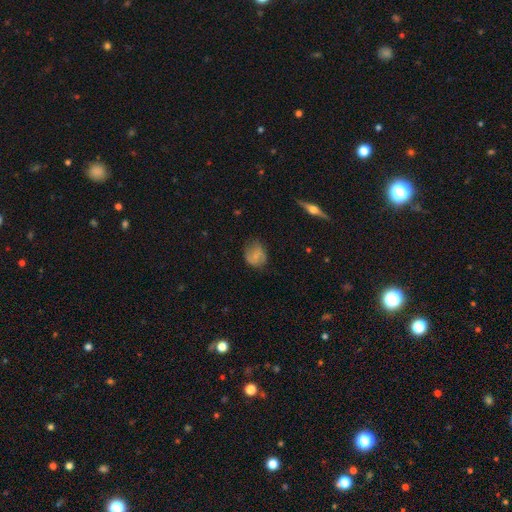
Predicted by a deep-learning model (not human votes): smooth-or-featured: smooth: 58% | featured or disk: 33% | star or artifact: 9%
  how-rounded: round: 69% | in between: 29% | cigar-shaped: 1%
  merging: none: 63% | minor disturbance: 27% | major disturbance: 8% | merger: 1%